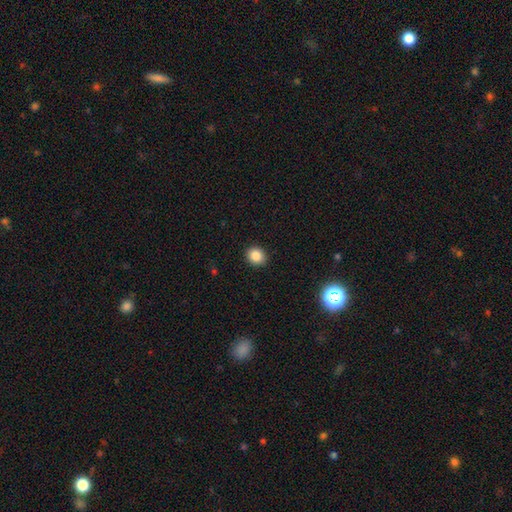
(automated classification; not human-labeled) A smooth galaxy with no disk features (85%) that is round (71%).

Vote fractions:
- Smooth or featured? smooth: 85% / star or artifact: 10% / featured or disk: 4%
- How rounded? round: 71% / in between: 28% / cigar-shaped: 1%
- Merging? none: 91% / minor disturbance: 6% / major disturbance: 2% / merger: 1%